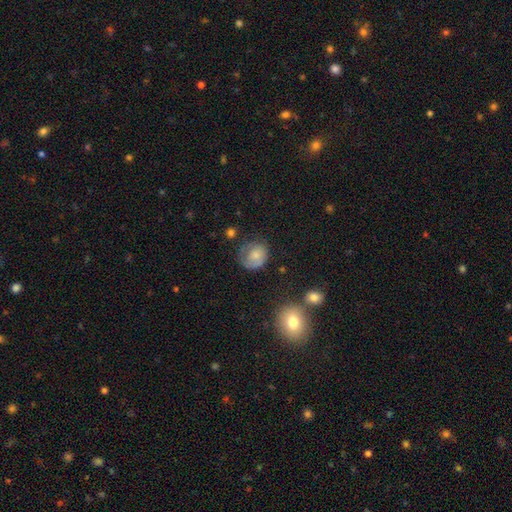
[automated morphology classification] The model was most divided on "merging": none: 51%, minor disturbance: 27%, major disturbance: 19%, merger: 3%. More confident: how rounded — round (73%); smooth or featured — smooth (64%).